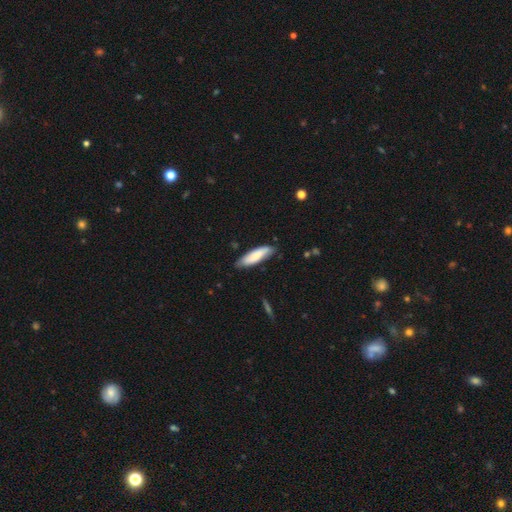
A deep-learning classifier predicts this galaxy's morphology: This is likely a smooth galaxy (78%). How rounded: possibly cigar-shaped (56%). Merging: likely none (77%).